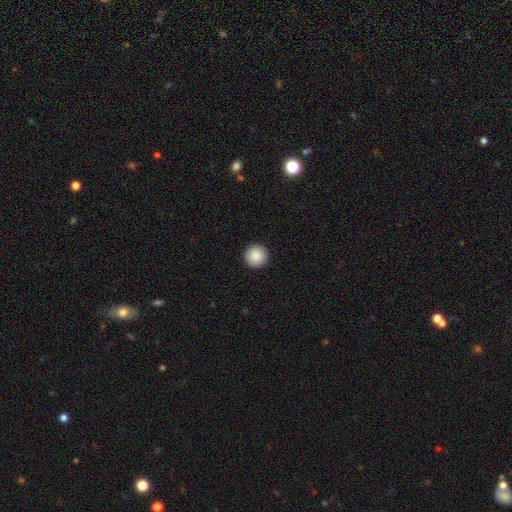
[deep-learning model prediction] Q: Smooth or featured?
A: smooth (89%); runner-up: star or artifact (8%)
Q: How rounded?
A: round (96%); runner-up: in between (3%)
Q: Merging?
A: none (94%); runner-up: minor disturbance (4%)